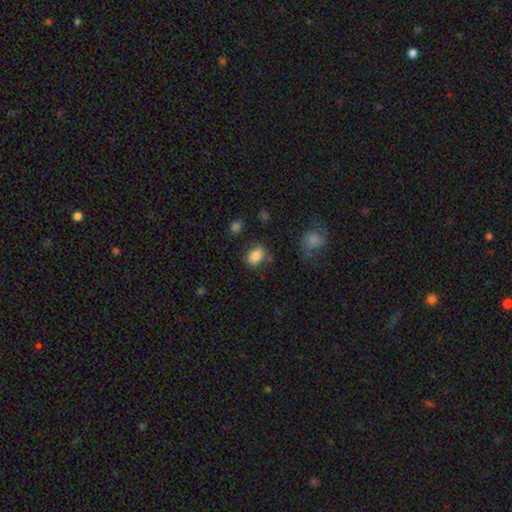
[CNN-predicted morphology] type=smooth (84%); roundness=in between (76%); merging=none (76%).